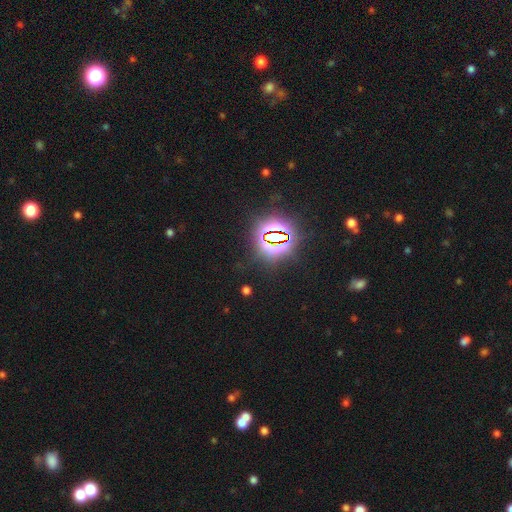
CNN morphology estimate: The model was most divided on "smooth or featured": star or artifact: 83%, smooth: 10%, featured or disk: 7%.